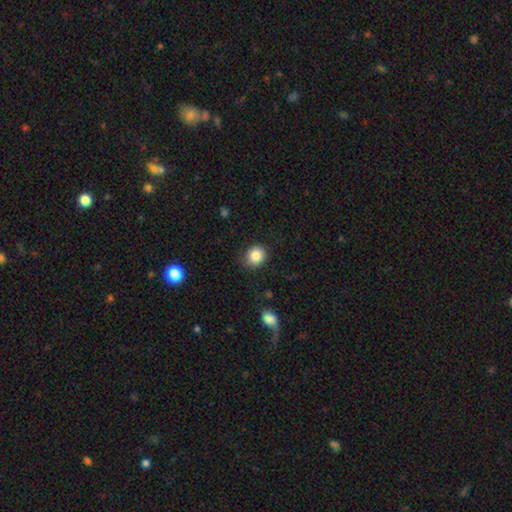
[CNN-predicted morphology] smooth 85%, star or artifact 9%, featured or disk 6%. Down the decision tree: how rounded — round (71%); merging — none (84%).